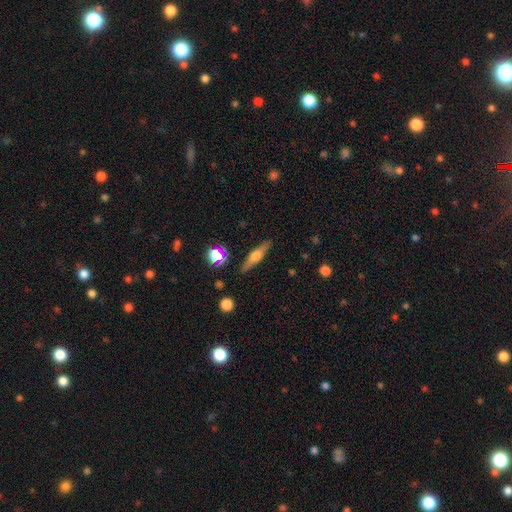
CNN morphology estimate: Smooth or featured?
  - featured or disk: 57% *
  - smooth: 35%
  - star or artifact: 8%
Edge-on disk?
  - yes: 95% *
  - no: 5%
Edge-on bulge?
  - rounded: 88% *
  - boxy: 8%
  - none: 3%
Merging?
  - none: 87% *
  - minor disturbance: 9%
  - major disturbance: 2%
  - merger: 2%